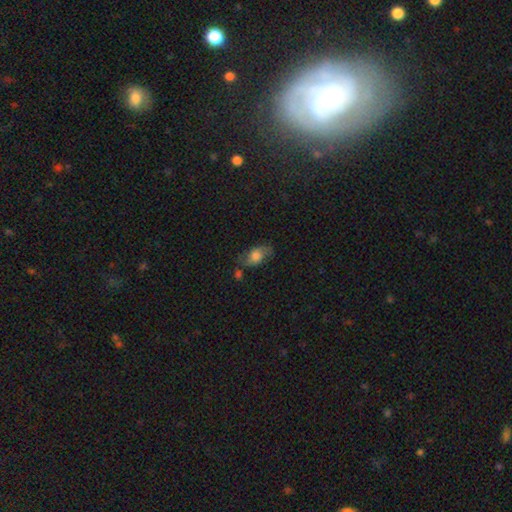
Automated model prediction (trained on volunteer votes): smooth-or-featured: smooth: 58% | featured or disk: 31% | star or artifact: 11%
  how-rounded: in between: 81% | round: 15% | cigar-shaped: 4%
  merging: none: 56% | minor disturbance: 25% | major disturbance: 12% | merger: 8%